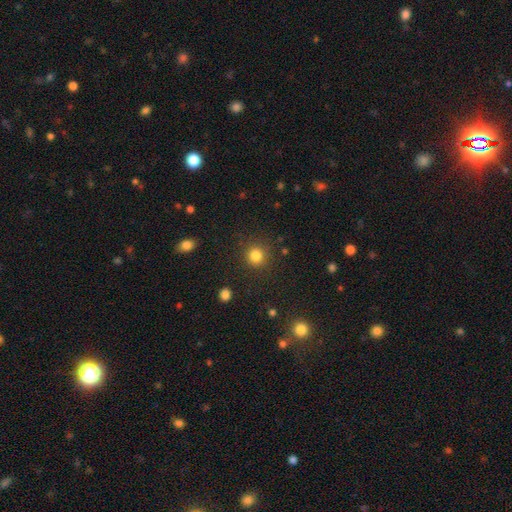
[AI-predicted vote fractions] The model was most divided on "smooth or featured": smooth: 83%, star or artifact: 13%, featured or disk: 4%. More confident: how rounded — round (92%); merging — none (88%).